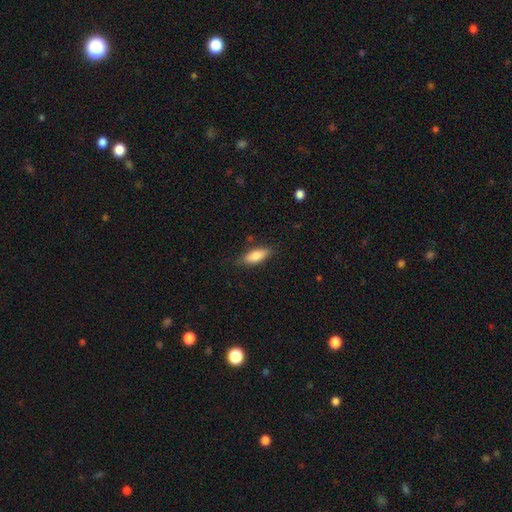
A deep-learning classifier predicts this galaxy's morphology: The model was most divided on "how rounded": in between: 71%, cigar-shaped: 27%, round: 2%. More confident: smooth or featured — smooth (81%); merging — none (78%).